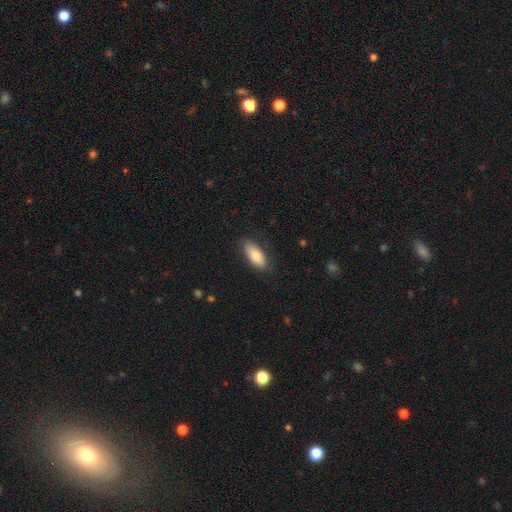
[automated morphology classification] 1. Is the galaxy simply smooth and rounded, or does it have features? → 79% smooth, 15% featured or disk, 6% star or artifact.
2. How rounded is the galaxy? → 83% in between, 15% cigar-shaped, 2% round.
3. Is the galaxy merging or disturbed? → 81% none, 14% minor disturbance, 3% major disturbance, 1% merger.